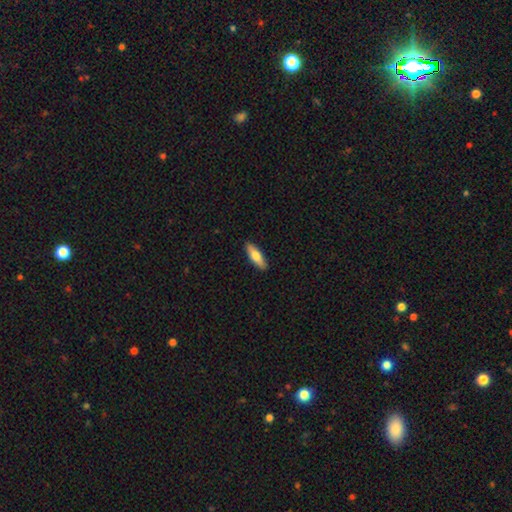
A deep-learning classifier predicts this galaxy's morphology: smooth 67%, featured or disk 28%, star or artifact 5%. Down the decision tree: how rounded — in between (49%, tied with cigar-shaped); merging — none (91%).